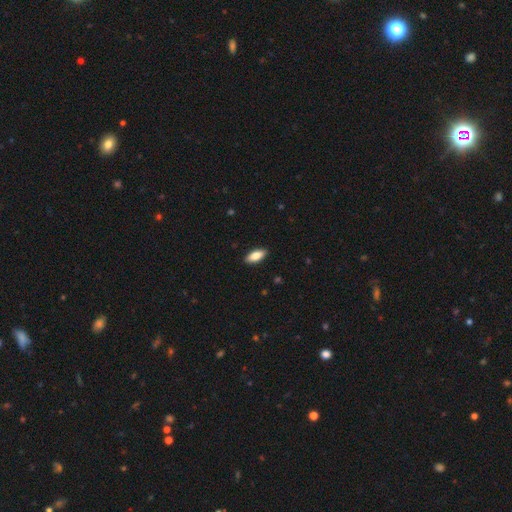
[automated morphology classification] A smooth galaxy with no disk features (84%) that is in between round and cigar-shaped (84%).

Vote fractions:
- Smooth or featured? smooth: 84% / featured or disk: 10% / star or artifact: 6%
- How rounded? in between: 84% / cigar-shaped: 14% / round: 2%
- Merging? none: 90% / minor disturbance: 8% / major disturbance: 2% / merger: 1%